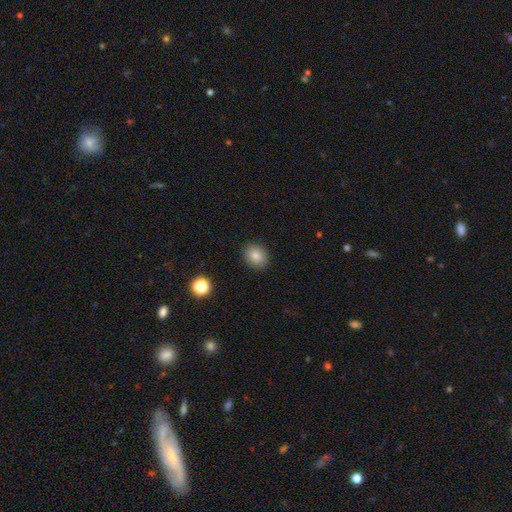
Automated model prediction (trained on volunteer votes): The model was most divided on "how rounded": round: 54%, in between: 45%, cigar-shaped: 1%. More confident: merging — none (89%); smooth or featured — smooth (83%).